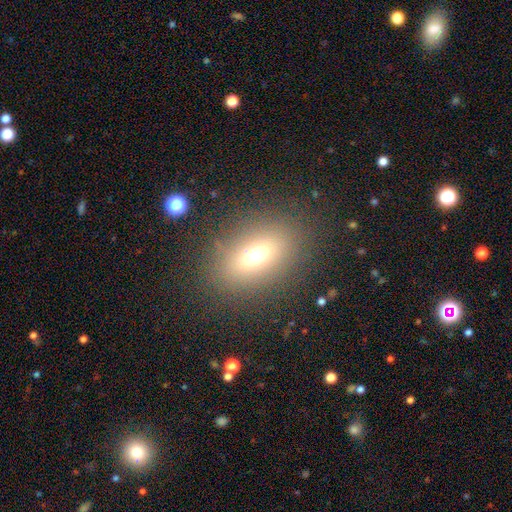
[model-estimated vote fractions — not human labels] This is likely a smooth galaxy (66%). How rounded: likely in between (77%). Merging: clearly none (84%).